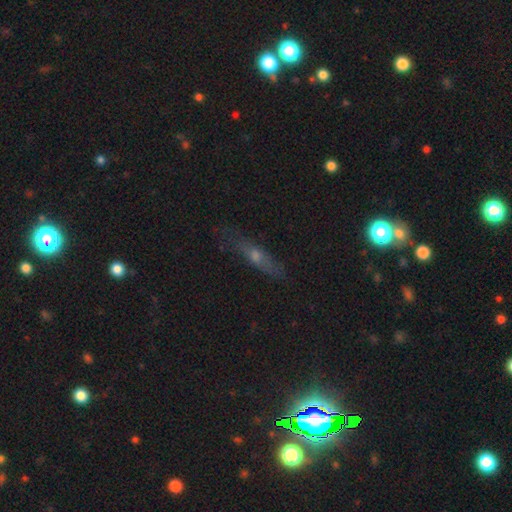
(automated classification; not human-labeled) This appears to be a featured or disk galaxy (48%). Merging: none (75%).